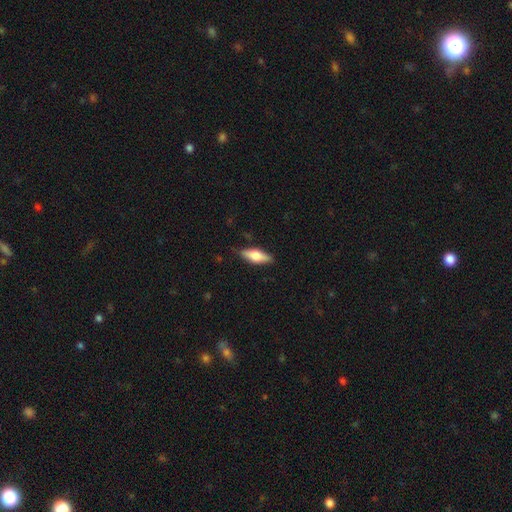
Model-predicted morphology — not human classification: A smooth galaxy with no disk features (60%) that is in between round and cigar-shaped (61%). Merging: none (84%).